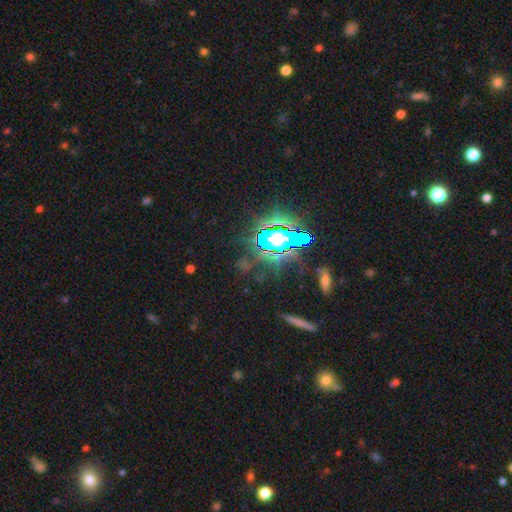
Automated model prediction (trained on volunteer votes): Smooth or featured?
  - star or artifact: 81% *
  - smooth: 10%
  - featured or disk: 8%